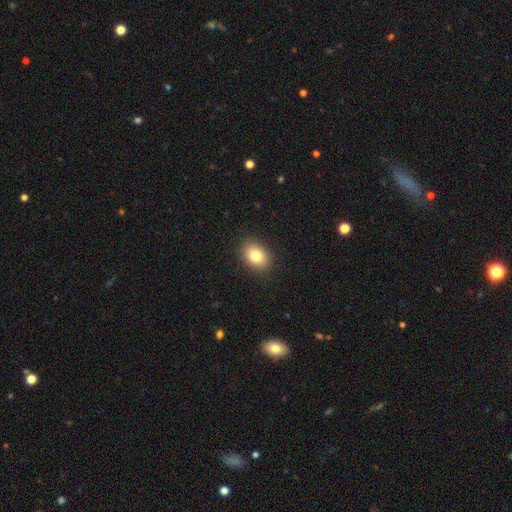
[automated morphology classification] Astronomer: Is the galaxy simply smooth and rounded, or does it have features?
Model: smooth — 81%.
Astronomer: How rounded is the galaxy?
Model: in between — 68%.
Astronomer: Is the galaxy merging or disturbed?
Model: none — 88%.